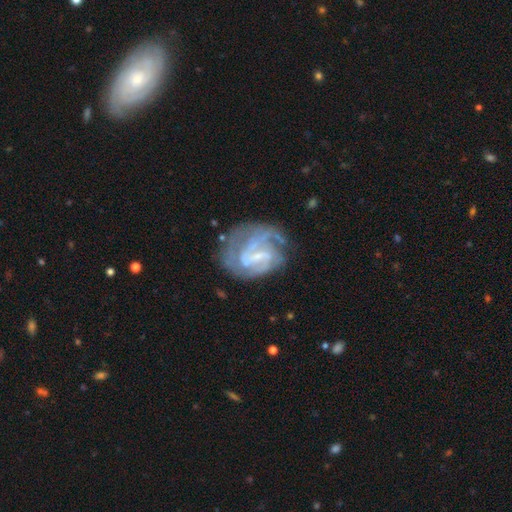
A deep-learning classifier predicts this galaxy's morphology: type=featured or disk (81%); edge-on=no (98%); bar=weak (52%); spiral arms=yes (86%); winding=tight (42%); arm count=can't tell (32%); bulge=small (56%); merging=none (51%).